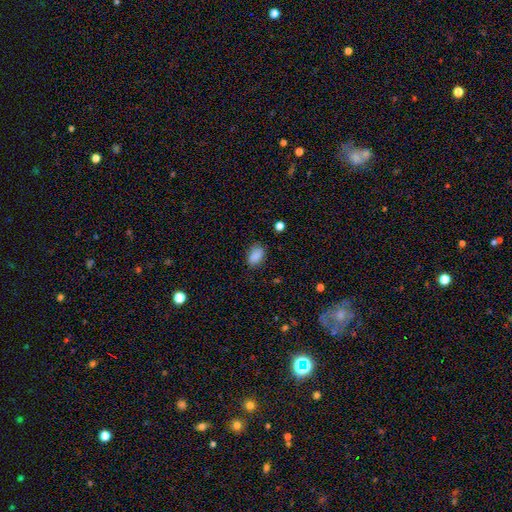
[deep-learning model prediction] Smooth or featured? Predicted: smooth (p=0.87). How rounded? Predicted: in between (p=0.86). Merging? Predicted: none (p=0.78).